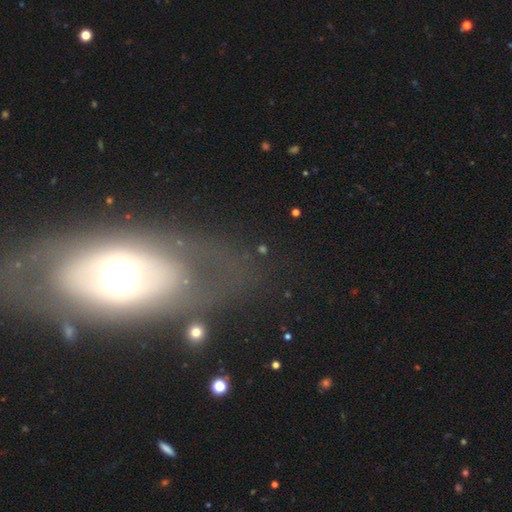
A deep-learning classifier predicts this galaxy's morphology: featured or disk 55%, smooth 28%, star or artifact 16%. Down the decision tree: edge-on disk — no (80%); merging — none (66%).